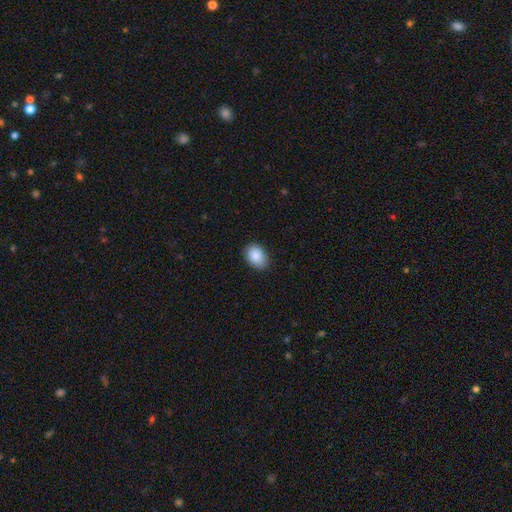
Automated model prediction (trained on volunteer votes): smooth_or_featured: smooth (p=0.89) [alt: star or artifact p=0.07]
how_rounded: in between (p=0.82) [alt: round p=0.17]
merging: none (p=0.84) [alt: minor disturbance p=0.12]